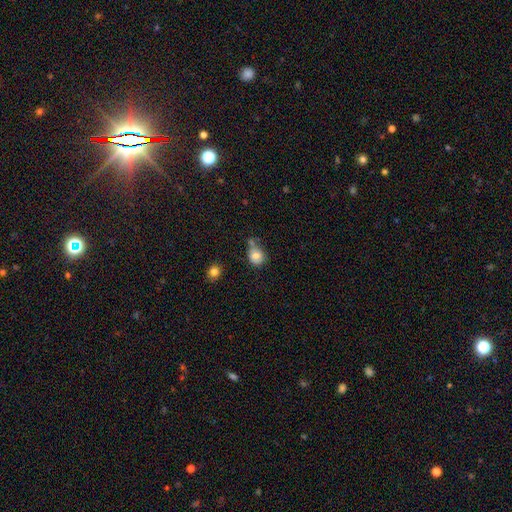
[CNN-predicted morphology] This appears to be a smooth galaxy with no disk features (77%) that is round (68%). Merging: none (44%).